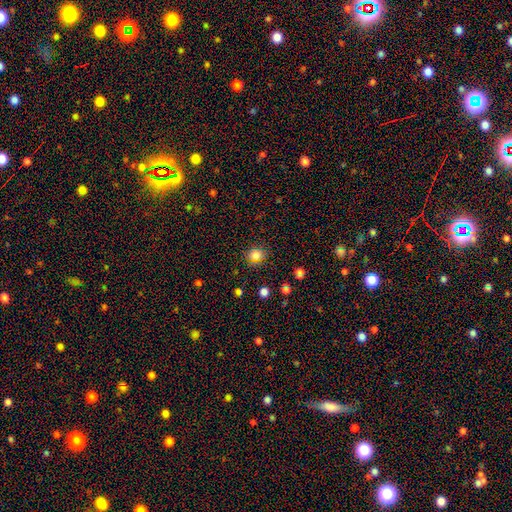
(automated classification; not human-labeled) This is likely a smooth galaxy (78%). How rounded: clearly round (80%). Merging: clearly none (86%).